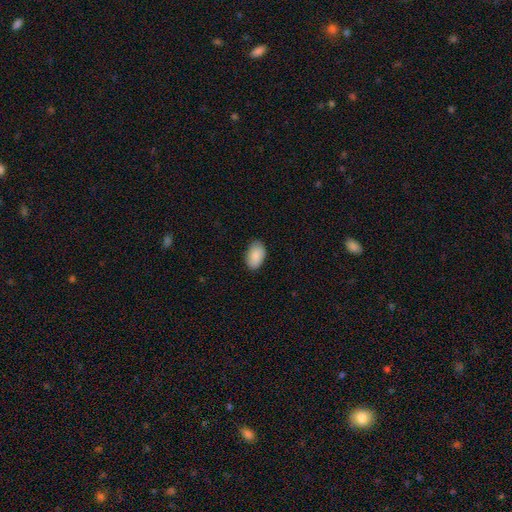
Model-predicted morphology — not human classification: This appears to be a smooth galaxy with no disk features (89%) that is in between round and cigar-shaped (92%). Merging: none (83%).